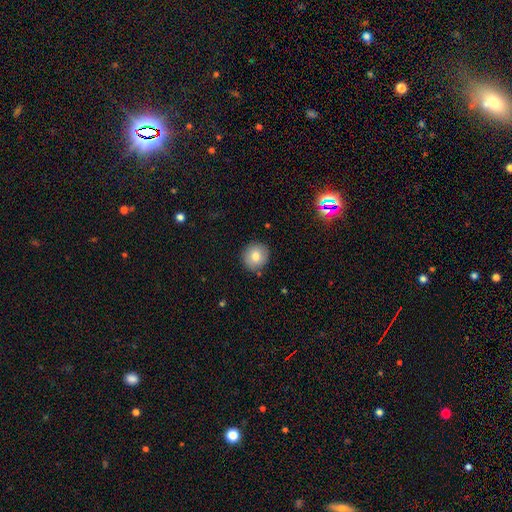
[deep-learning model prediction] smooth_or_featured: smooth (p=0.79) [alt: featured or disk p=0.12]
how_rounded: round (p=0.89) [alt: in between p=0.10]
merging: none (p=0.88) [alt: minor disturbance p=0.09]